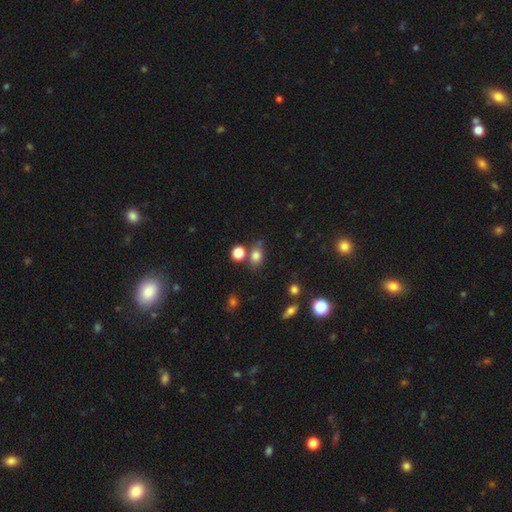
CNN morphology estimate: Overall: smooth (78%). How rounded: in between (56%; round 42%). Merging: none (65%).